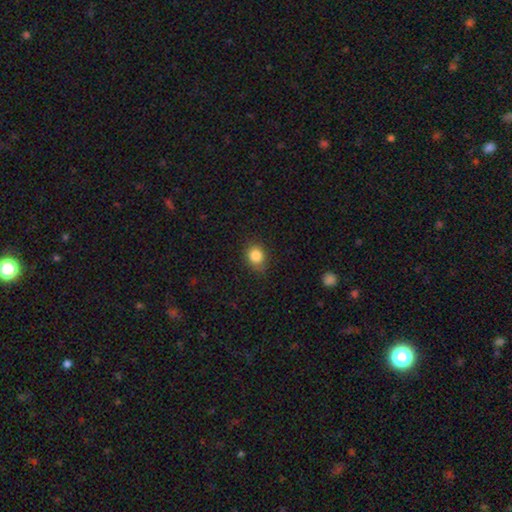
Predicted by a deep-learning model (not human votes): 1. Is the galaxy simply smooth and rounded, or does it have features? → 84% smooth, 10% star or artifact, 5% featured or disk.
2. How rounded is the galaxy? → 61% round, 38% in between, 1% cigar-shaped.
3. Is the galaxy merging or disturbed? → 82% none, 14% minor disturbance, 3% major disturbance, 1% merger.